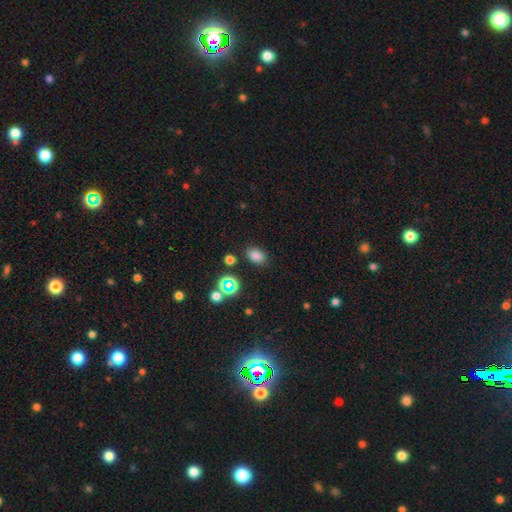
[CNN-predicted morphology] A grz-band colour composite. It shows a smooth galaxy with no disk features (78%) that is in between round and cigar-shaped (80%). Merging: none (82%).